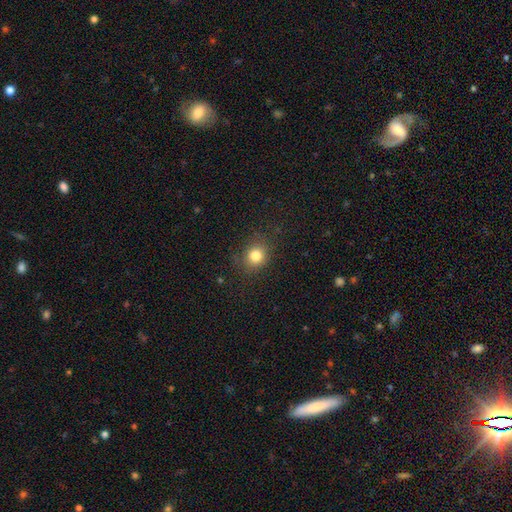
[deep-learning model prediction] Morphology: type=smooth (81%); roundness=round (78%); merging=none (83%).